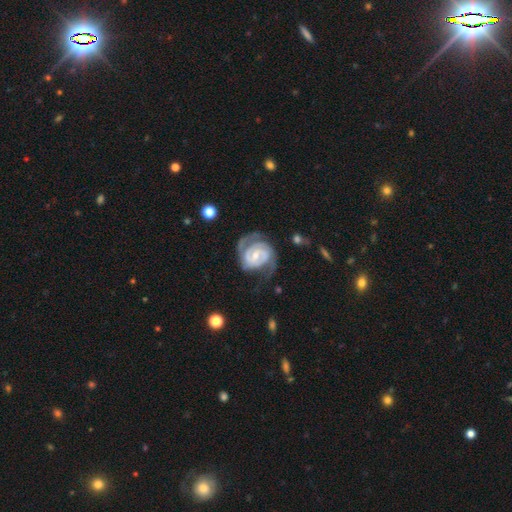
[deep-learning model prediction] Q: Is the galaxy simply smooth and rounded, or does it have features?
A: featured or disk — 89%.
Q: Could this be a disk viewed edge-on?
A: no — 98%.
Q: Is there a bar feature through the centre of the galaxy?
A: weak — 46%.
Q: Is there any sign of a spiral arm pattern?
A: yes — 97%.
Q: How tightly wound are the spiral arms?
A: tight — 55%.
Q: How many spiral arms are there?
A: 2 — 76%.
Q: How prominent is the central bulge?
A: small — 51%.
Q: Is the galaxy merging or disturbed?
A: none — 60%.